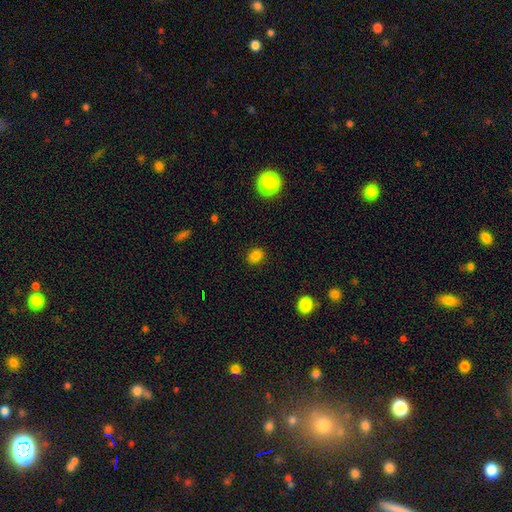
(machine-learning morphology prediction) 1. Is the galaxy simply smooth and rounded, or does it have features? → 83% smooth, 13% star or artifact, 4% featured or disk.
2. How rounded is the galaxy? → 60% round, 39% in between, 1% cigar-shaped.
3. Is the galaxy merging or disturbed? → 89% none, 8% minor disturbance, 2% major disturbance, 1% merger.